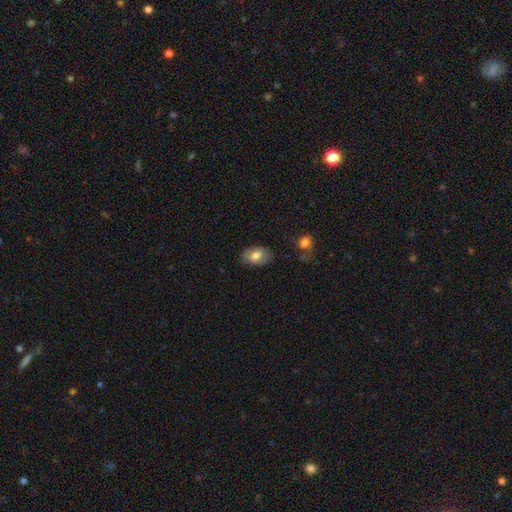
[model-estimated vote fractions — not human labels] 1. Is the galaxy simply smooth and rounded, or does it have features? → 72% smooth, 21% featured or disk, 7% star or artifact.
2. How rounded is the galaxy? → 87% in between, 12% round, 1% cigar-shaped.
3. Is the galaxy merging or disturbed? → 78% none, 16% minor disturbance, 4% major disturbance, 2% merger.